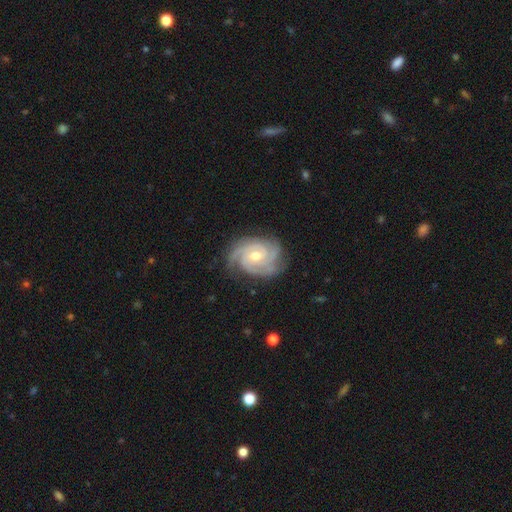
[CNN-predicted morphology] This appears to be a featured or disk galaxy (91%) with no bar (62%), 3 (45%) tight (72%) spiral arms (99%) and a moderate central bulge (59%). Merging: none (80%).